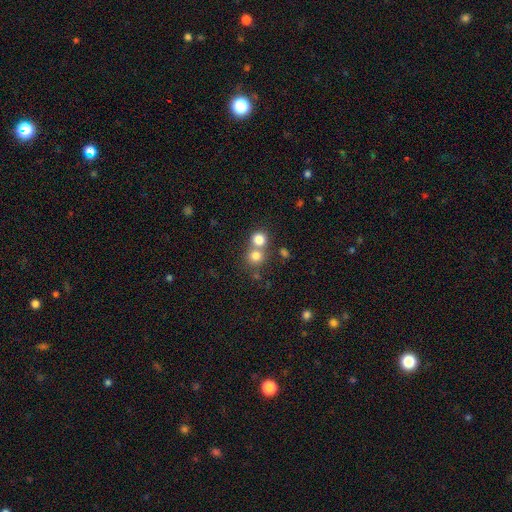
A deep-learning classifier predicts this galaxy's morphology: Smooth or featured: smooth — 78% (star or artifact — 13%)
How rounded: round — 87% (in between — 12%)
Merging: none — 49% (merger — 43%)